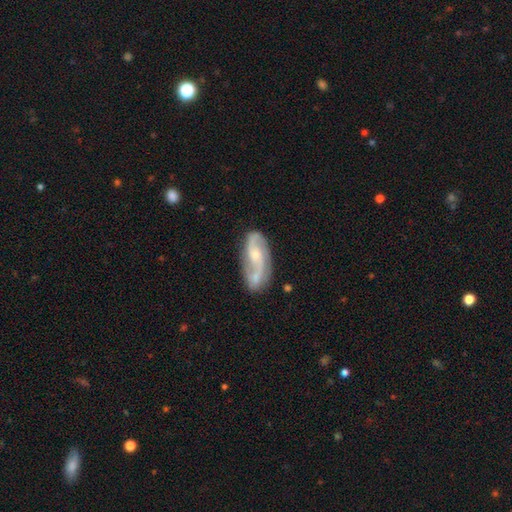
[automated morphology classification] Q: Smooth or featured?
A: featured or disk (81%); runner-up: smooth (13%)
Q: Edge-on disk?
A: no (95%); runner-up: yes (5%)
Q: Bar?
A: no (53%); runner-up: weak (38%)
Q: Spiral arms?
A: yes (95%); runner-up: no (5%)
Q: Spiral winding?
A: medium (45%); runner-up: loose (39%)
Q: Spiral arm count?
A: 2 (88%); runner-up: can't tell (5%)
Q: Bulge size?
A: small (50%); runner-up: moderate (41%)
Q: Merging?
A: none (66%); runner-up: minor disturbance (20%)